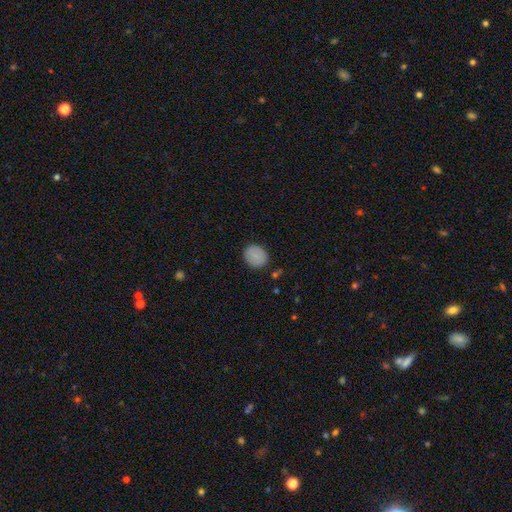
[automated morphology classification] Smooth or featured?
  - smooth: 84% *
  - star or artifact: 8%
  - featured or disk: 8%
How rounded?
  - round: 67% *
  - in between: 32%
  - cigar-shaped: 1%
Merging?
  - none: 86% *
  - minor disturbance: 10%
  - major disturbance: 2%
  - merger: 2%